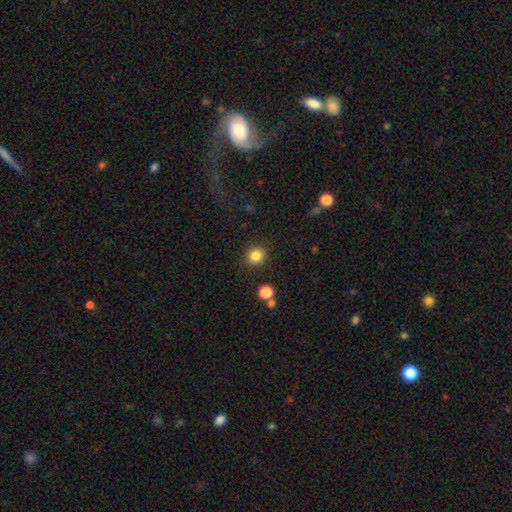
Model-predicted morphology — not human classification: smooth_or_featured: smooth (p=0.84) [alt: star or artifact p=0.11]
how_rounded: round (p=0.86) [alt: in between p=0.13]
merging: none (p=0.89) [alt: minor disturbance p=0.06]